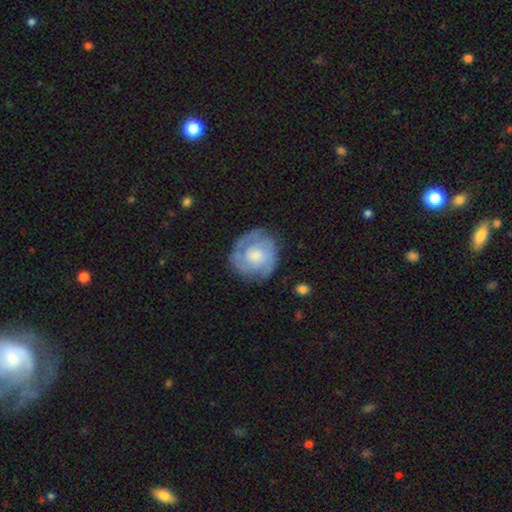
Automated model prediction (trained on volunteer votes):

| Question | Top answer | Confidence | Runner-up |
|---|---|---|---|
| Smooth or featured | featured or disk | 68% | smooth (26%) |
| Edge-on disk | no | 98% | yes (2%) |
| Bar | no | 73% | weak (23%) |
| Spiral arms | yes | 85% | no (15%) |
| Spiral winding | tight | 60% | medium (30%) |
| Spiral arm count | can't tell | 36% | 2 (34%) |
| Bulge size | moderate | 42% | small (36%) |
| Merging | none | 73% | minor disturbance (18%) |